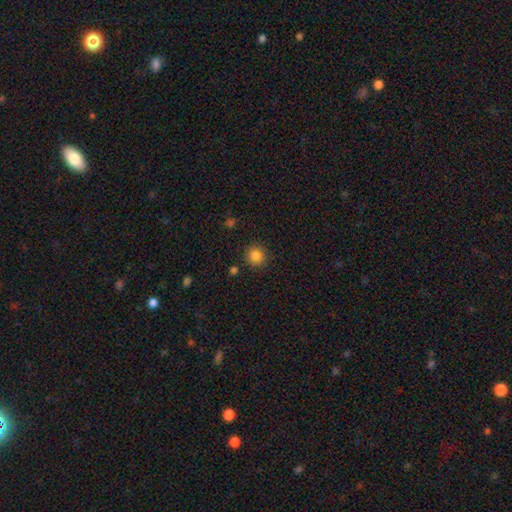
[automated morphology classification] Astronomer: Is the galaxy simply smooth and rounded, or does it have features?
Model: smooth — 85%.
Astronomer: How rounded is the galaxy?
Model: round — 92%.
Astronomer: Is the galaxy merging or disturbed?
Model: none — 87%.